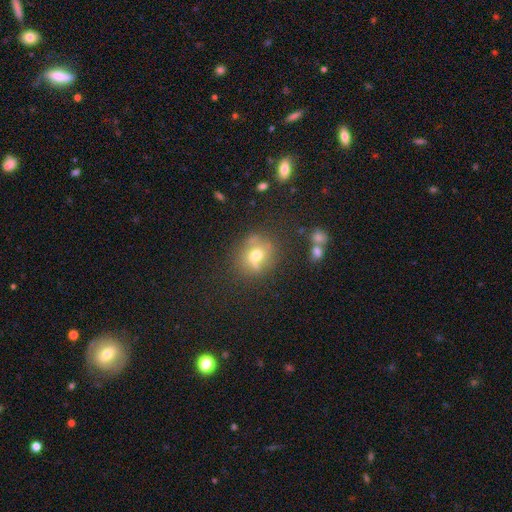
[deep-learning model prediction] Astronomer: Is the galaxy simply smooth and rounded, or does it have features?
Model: smooth — 54% (runner-up: featured or disk, 31%).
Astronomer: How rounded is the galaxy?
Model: round — 78%.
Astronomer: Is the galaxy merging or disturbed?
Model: none — 67%.